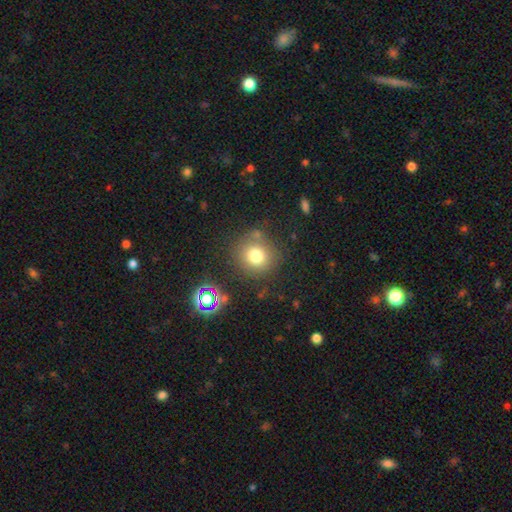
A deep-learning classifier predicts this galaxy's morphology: Overall: smooth (75%). How rounded: round (91%). Merging: none (78%).